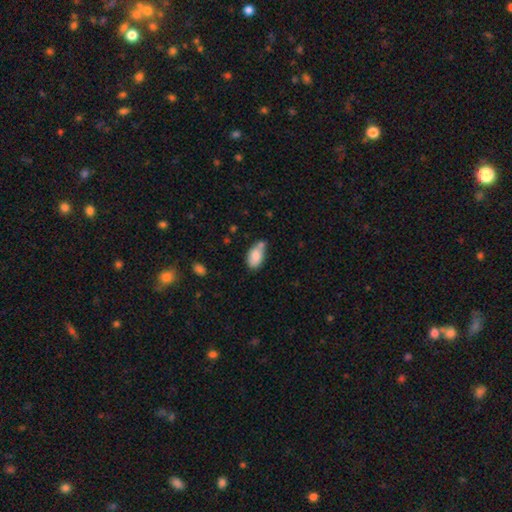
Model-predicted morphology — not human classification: This appears to be a smooth galaxy with no disk features (81%) that is in between round and cigar-shaped (92%). Merging: none (45%).